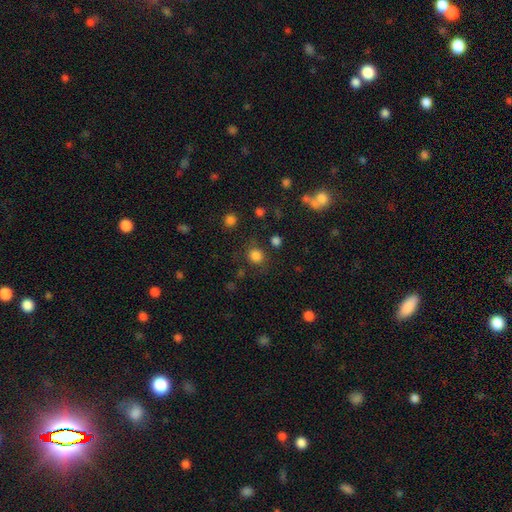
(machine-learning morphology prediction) A smooth galaxy with no disk features (81%) that is round (87%).

Vote fractions:
- Smooth or featured? smooth: 81% / star or artifact: 14% / featured or disk: 5%
- How rounded? round: 87% / in between: 12% / cigar-shaped: 1%
- Merging? none: 78% / minor disturbance: 12% / major disturbance: 6% / merger: 5%